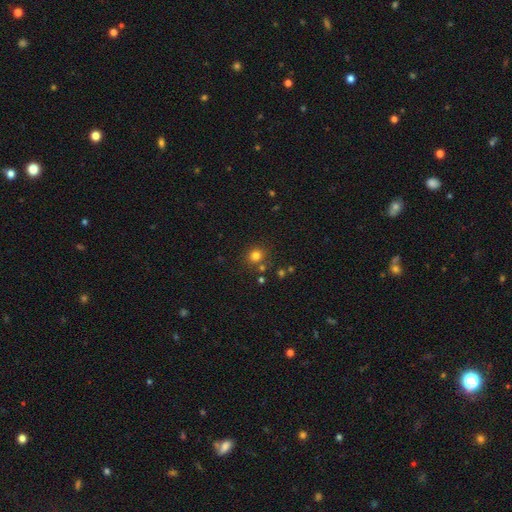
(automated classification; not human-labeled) Smooth or featured? Predicted: smooth (p=0.78). How rounded? Predicted: round (p=0.86). Merging? Predicted: none (p=0.80).